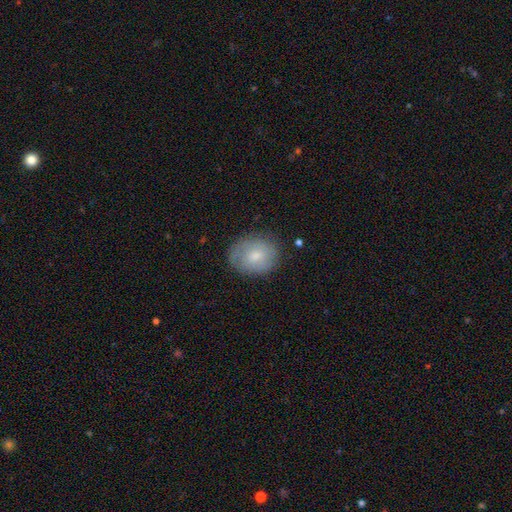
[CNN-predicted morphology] A smooth galaxy with no disk features (63%) that is in between round and cigar-shaped (57%). Merging: none (76%).